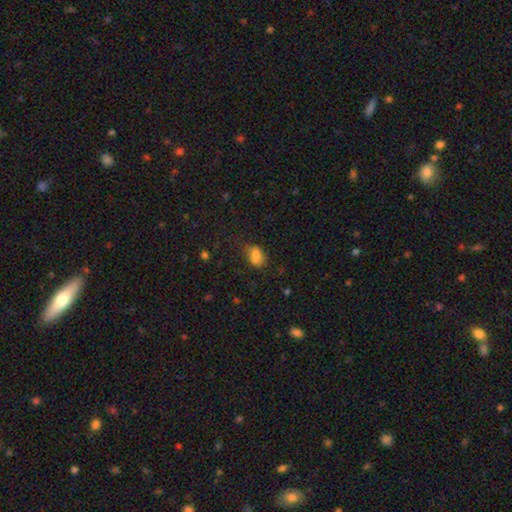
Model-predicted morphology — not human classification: smooth_or_featured: smooth (p=0.77) [alt: star or artifact p=0.12]
how_rounded: in between (p=0.81) [alt: round p=0.15]
merging: none (p=0.57) [alt: minor disturbance p=0.26]